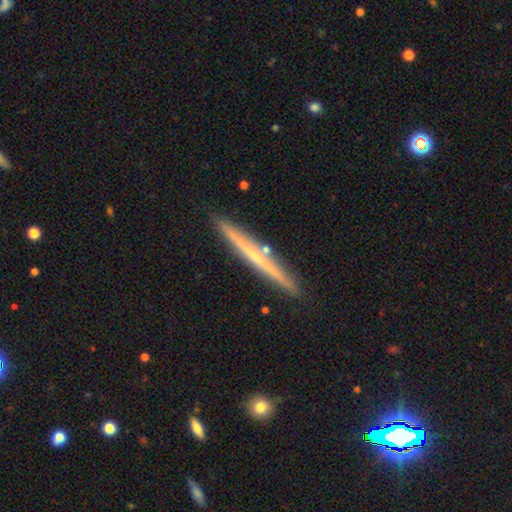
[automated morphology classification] Overall: featured or disk (59%; smooth 35%). Edge-on disk: yes (97%). Edge-on bulge: none (78%). Merging: none (90%).